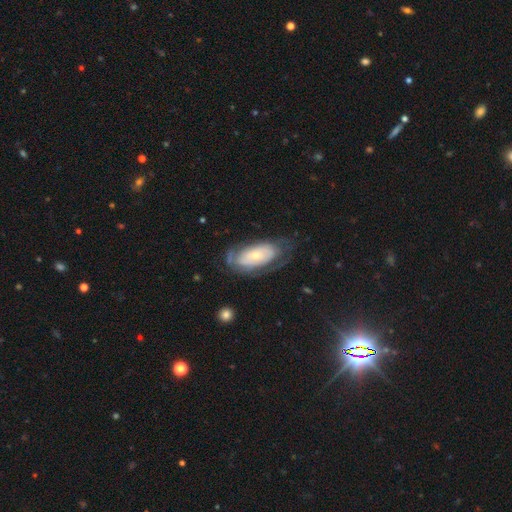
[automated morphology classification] type=featured or disk (61%); edge-on=no (91%); bar=no (79%); spiral arms=yes (67%); bulge=small (61%); merging=none (55%).